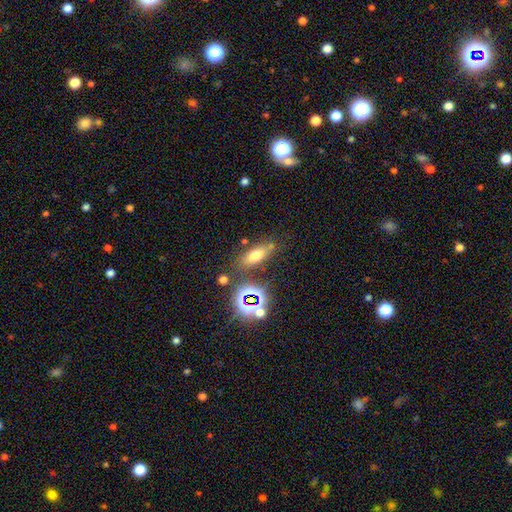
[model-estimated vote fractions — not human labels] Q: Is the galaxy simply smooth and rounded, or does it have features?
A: smooth — 61%.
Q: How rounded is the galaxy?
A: in between — 64%.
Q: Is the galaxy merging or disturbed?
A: none — 71%.